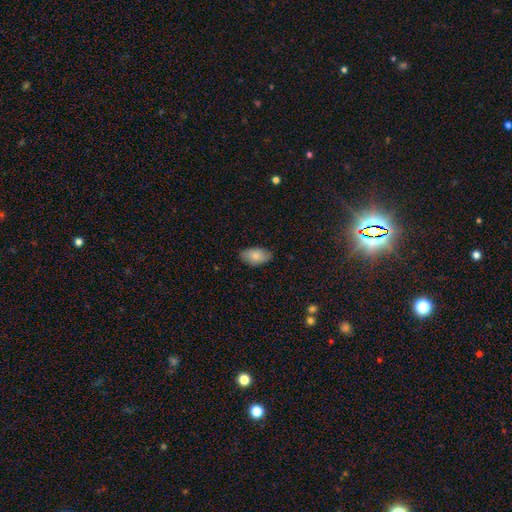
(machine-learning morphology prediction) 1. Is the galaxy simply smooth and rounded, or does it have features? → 82% smooth, 11% featured or disk, 7% star or artifact.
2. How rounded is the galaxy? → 94% in between, 4% round, 2% cigar-shaped.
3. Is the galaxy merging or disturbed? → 83% none, 14% minor disturbance, 2% major disturbance, 1% merger.